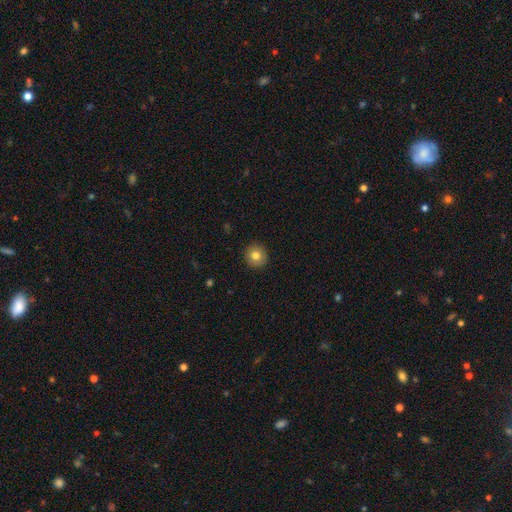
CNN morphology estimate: A smooth galaxy with no disk features (80%) that is round (93%).

Vote fractions:
- Smooth or featured? smooth: 80% / featured or disk: 10% / star or artifact: 10%
- How rounded? round: 93% / in between: 6% / cigar-shaped: 1%
- Merging? none: 93% / minor disturbance: 5% / major disturbance: 2% / merger: 1%